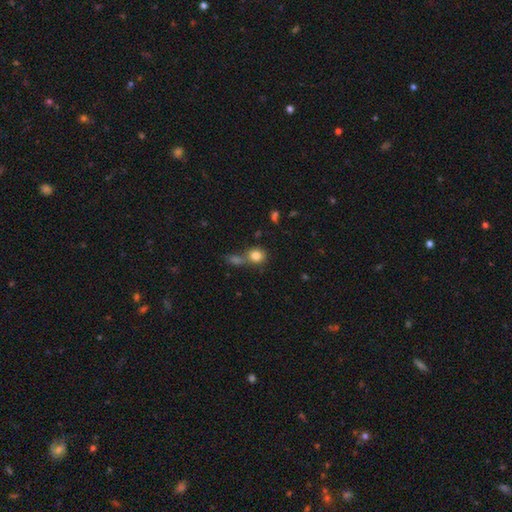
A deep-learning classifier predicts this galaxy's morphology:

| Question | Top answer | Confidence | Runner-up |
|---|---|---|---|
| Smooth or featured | smooth | 82% | star or artifact (10%) |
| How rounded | round | 76% | in between (22%) |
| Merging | none | 46% | merger (39%) |